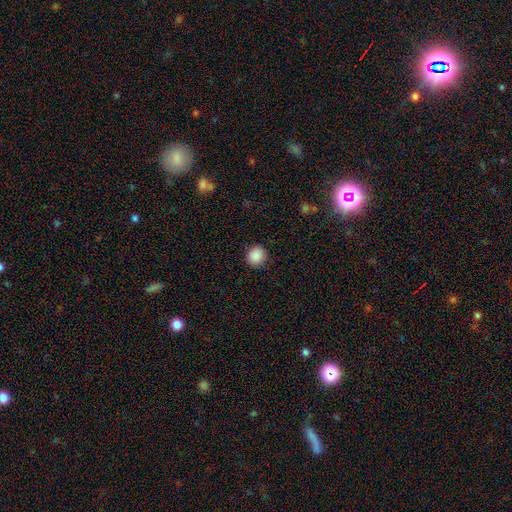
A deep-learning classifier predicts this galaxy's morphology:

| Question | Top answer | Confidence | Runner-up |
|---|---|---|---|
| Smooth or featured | smooth | 89% | star or artifact (8%) |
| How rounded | round | 87% | in between (12%) |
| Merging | none | 90% | minor disturbance (7%) |